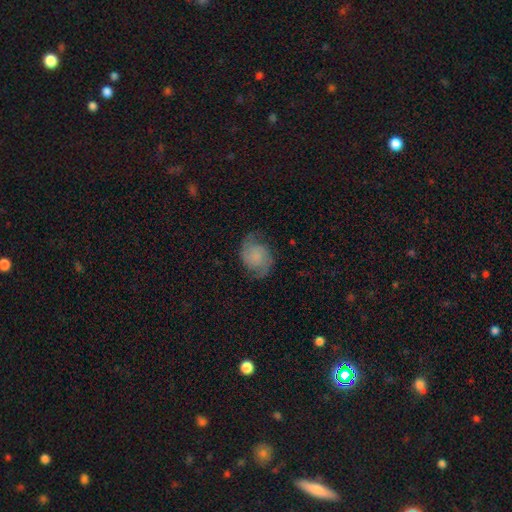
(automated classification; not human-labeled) smooth_or_featured: featured or disk (p=0.69) [alt: smooth p=0.22]
disk_edge_on: no (p=0.98) [alt: yes p=0.02]
bar: no (p=0.74) [alt: weak p=0.22]
has_spiral_arms: yes (p=0.95) [alt: no p=0.05]
spiral_winding: medium (p=0.47) [alt: tight p=0.27]
spiral_arm_count: 2 (p=0.91) [alt: can't tell p=0.04]
bulge_size: none (p=0.49) [alt: small p=0.26]
merging: none (p=0.74) [alt: minor disturbance p=0.17]